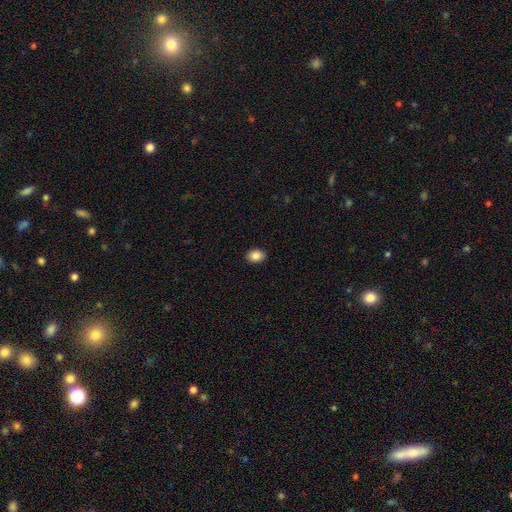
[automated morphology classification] This is clearly a smooth galaxy (86%). How rounded: likely in between (71%). Merging: clearly none (90%).